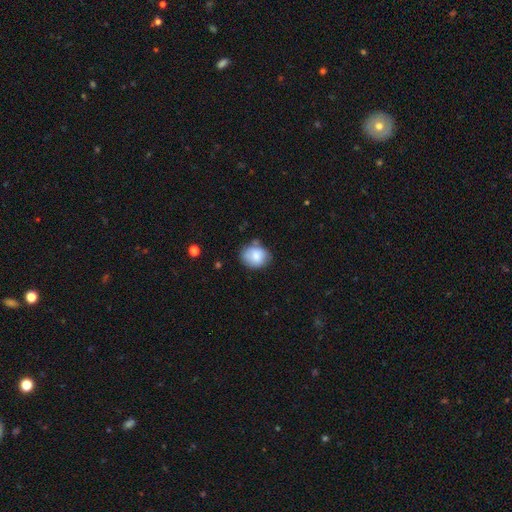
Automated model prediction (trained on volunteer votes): The model was most divided on "how rounded": round: 56%, in between: 43%, cigar-shaped: 1%. More confident: smooth or featured — smooth (78%); merging — none (63%).